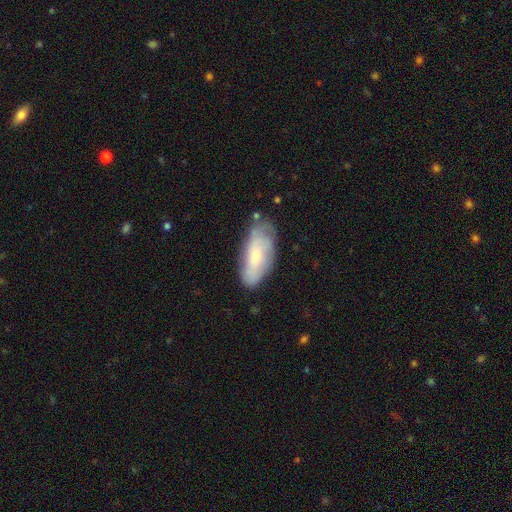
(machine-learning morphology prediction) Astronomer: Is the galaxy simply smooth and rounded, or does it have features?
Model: smooth — 54% (runner-up: featured or disk, 39%).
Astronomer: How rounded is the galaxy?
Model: in between — 80%.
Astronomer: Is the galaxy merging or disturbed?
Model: none — 67%.